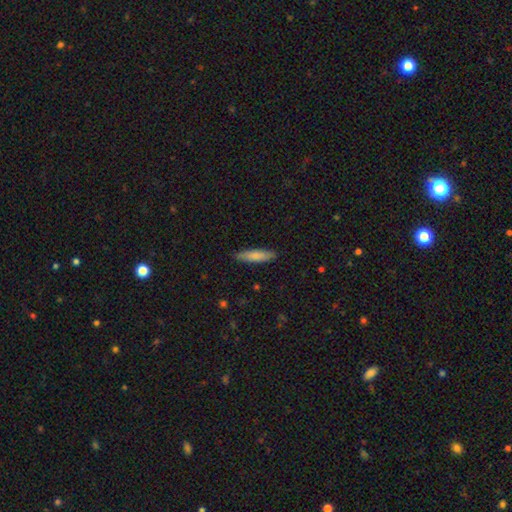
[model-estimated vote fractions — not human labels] A smooth galaxy with no disk features (80%) that is cigar-shaped (78%). Merging: none (89%).